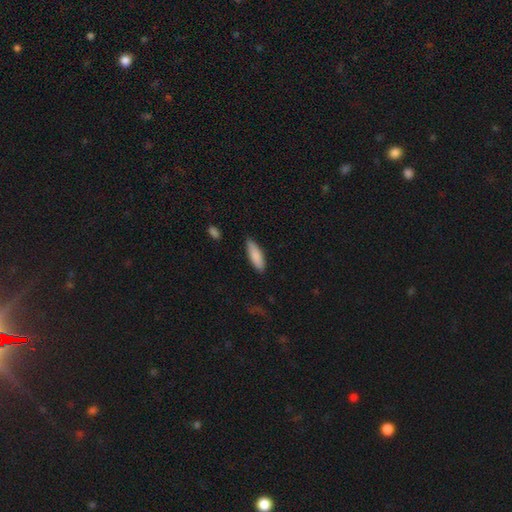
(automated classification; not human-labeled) The model was most divided on "how rounded": in between: 50%, cigar-shaped: 48%, round: 2%. More confident: smooth or featured — smooth (86%); merging — none (82%).